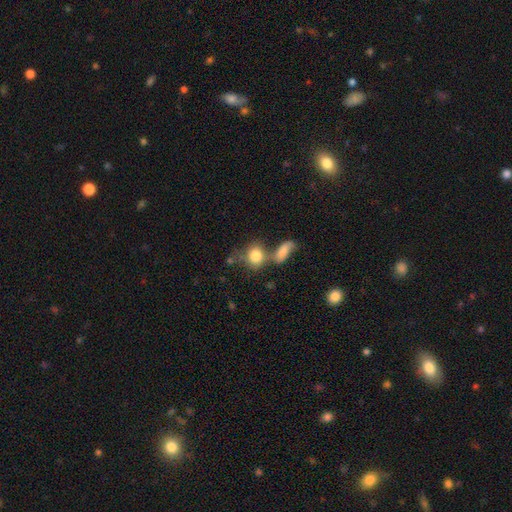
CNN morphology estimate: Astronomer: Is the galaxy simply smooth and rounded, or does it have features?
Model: smooth — 80%.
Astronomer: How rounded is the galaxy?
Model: round — 56% (runner-up: in between, 41%).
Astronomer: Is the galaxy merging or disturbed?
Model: none — 44% (runner-up: merger, 36%).